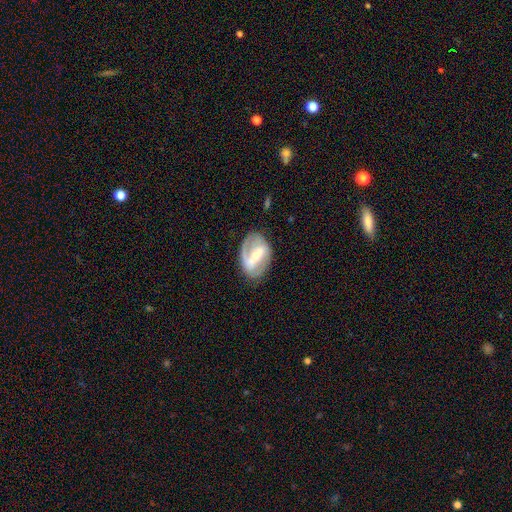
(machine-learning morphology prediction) smooth_or_featured: featured or disk (p=0.80) [alt: smooth p=0.15]
disk_edge_on: no (p=0.96) [alt: yes p=0.04]
bar: strong (p=0.55) [alt: weak p=0.32]
has_spiral_arms: yes (p=0.85) [alt: no p=0.15]
spiral_winding: medium (p=0.44) [alt: tight p=0.30]
spiral_arm_count: 2 (p=0.78) [alt: 1 p=0.09]
bulge_size: small (p=0.54) [alt: moderate p=0.41]
merging: none (p=0.72) [alt: minor disturbance p=0.17]